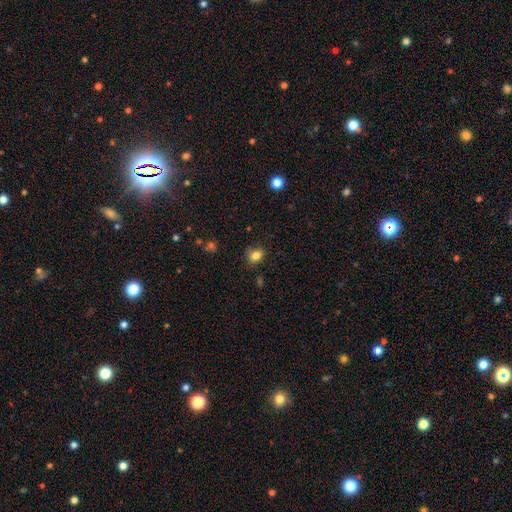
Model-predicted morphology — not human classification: A smooth galaxy with no disk features (82%) that is round (52%).

Vote fractions:
- Smooth or featured? smooth: 82% / star or artifact: 12% / featured or disk: 7%
- How rounded? round: 52% / in between: 47% / cigar-shaped: 1%
- Merging? none: 75% / minor disturbance: 19% / major disturbance: 4% / merger: 2%